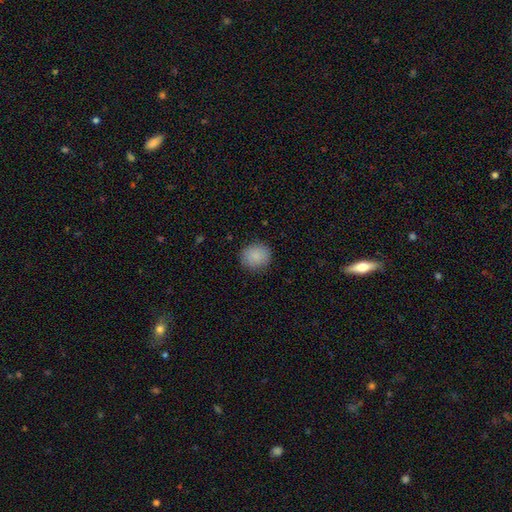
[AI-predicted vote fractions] A smooth galaxy with no disk features (87%) that is round (84%). Merging: none (87%).